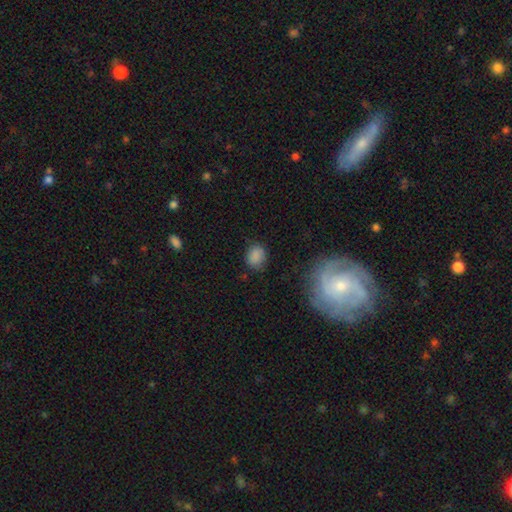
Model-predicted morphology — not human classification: Overall: smooth (83%). How rounded: round (55%; in between 43%). Merging: none (76%).